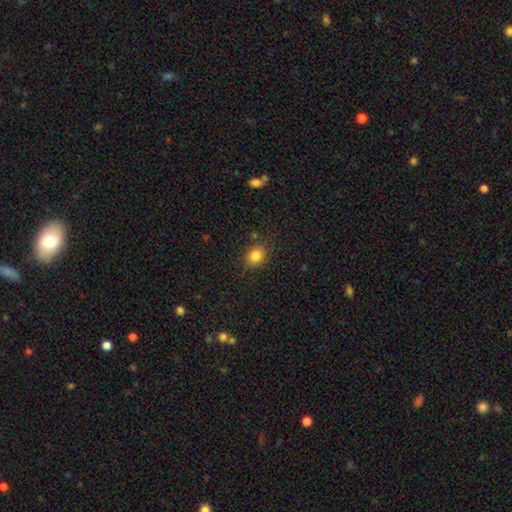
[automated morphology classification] Q: Smooth or featured?
A: smooth (83%); runner-up: star or artifact (11%)
Q: How rounded?
A: round (67%); runner-up: in between (31%)
Q: Merging?
A: none (81%); runner-up: minor disturbance (13%)